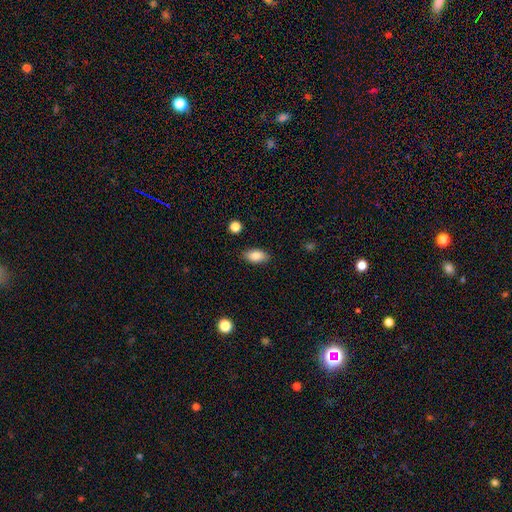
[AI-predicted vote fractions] The model was most divided on "merging": none: 86%, minor disturbance: 10%, major disturbance: 2%, merger: 1%. More confident: how rounded — in between (90%); smooth or featured — smooth (85%).